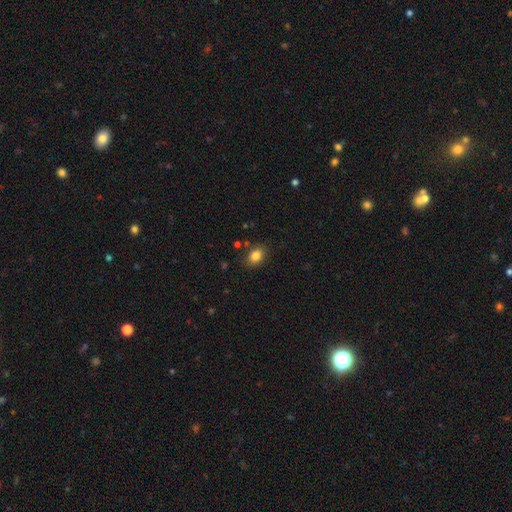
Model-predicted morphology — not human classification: Smooth or featured?
  - smooth: 83% *
  - star or artifact: 10%
  - featured or disk: 7%
How rounded?
  - in between: 69% *
  - round: 29%
  - cigar-shaped: 1%
Merging?
  - none: 83% *
  - minor disturbance: 12%
  - major disturbance: 3%
  - merger: 2%